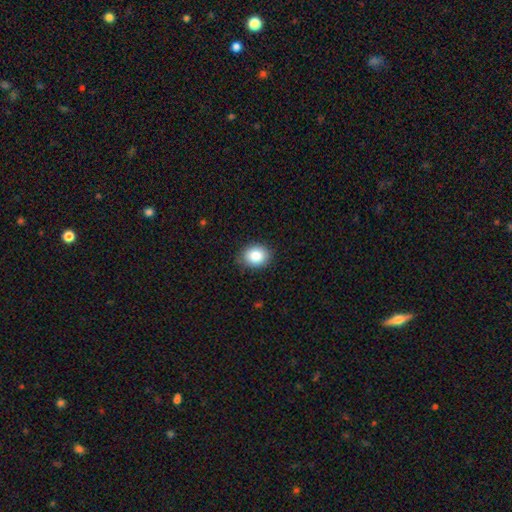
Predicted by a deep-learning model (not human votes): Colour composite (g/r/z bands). It shows a smooth galaxy with no disk features (86%) that is round (56%). Merging: none (86%).